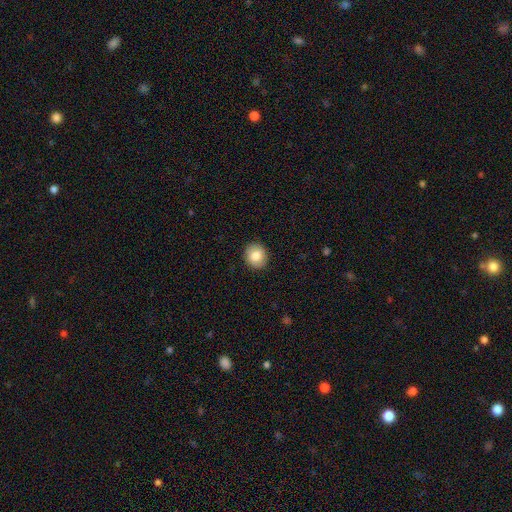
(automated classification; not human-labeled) A smooth galaxy with no disk features (83%) that is round (77%). Merging: none (91%).